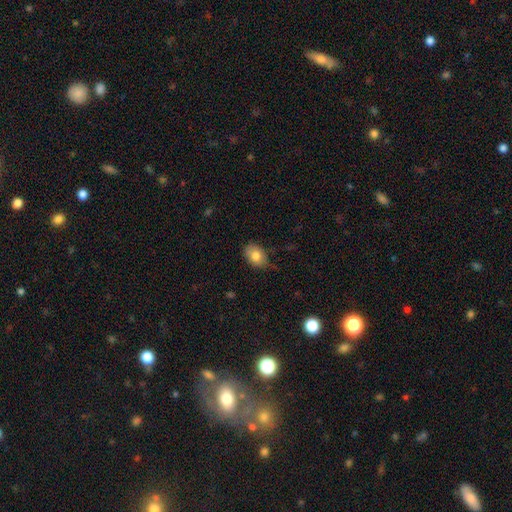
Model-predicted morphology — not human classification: This appears to be a smooth galaxy with no disk features (79%) that is in between round and cigar-shaped (77%). Merging: none (62%).